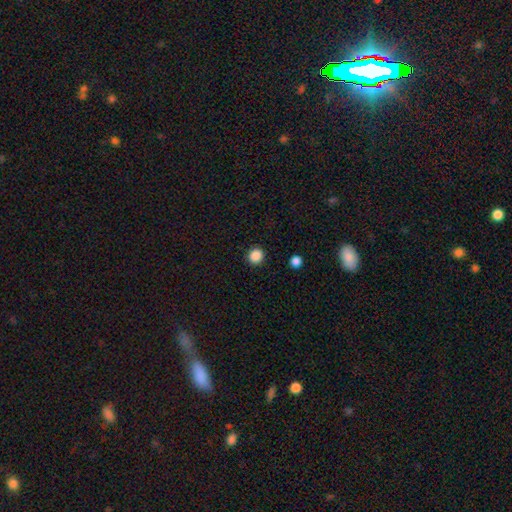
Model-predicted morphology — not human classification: This appears to be a smooth galaxy with no disk features (87%) that is round (90%). Merging: none (91%).